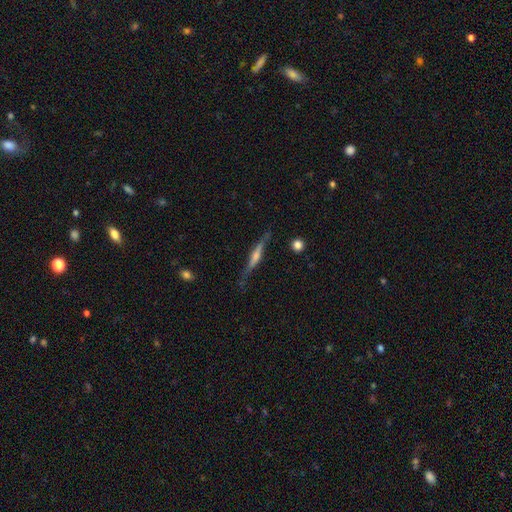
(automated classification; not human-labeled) Smooth or featured? featured or disk (72%)
Edge-on disk? yes (95%)
Edge-on bulge? rounded (67%)
Merging? none (73%)